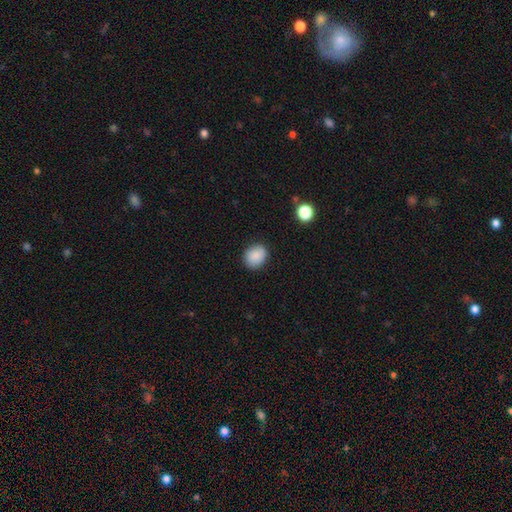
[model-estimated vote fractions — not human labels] Smooth or featured?
  - smooth: 88% *
  - star or artifact: 8%
  - featured or disk: 4%
How rounded?
  - round: 53% *
  - in between: 46%
  - cigar-shaped: 1%
Merging?
  - none: 87% *
  - minor disturbance: 10%
  - major disturbance: 2%
  - merger: 1%